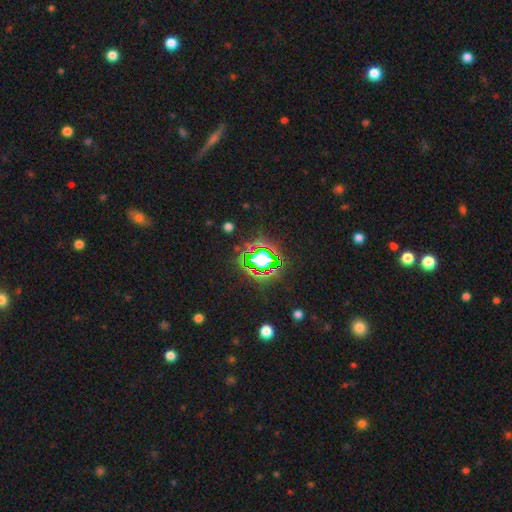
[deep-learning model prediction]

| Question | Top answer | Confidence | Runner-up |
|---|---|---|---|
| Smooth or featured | star or artifact | 74% | smooth (15%) |